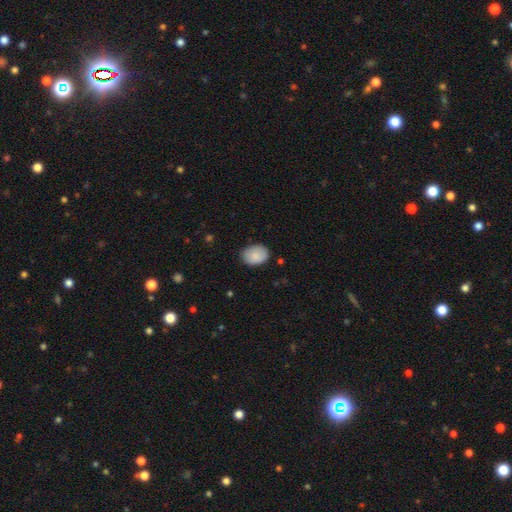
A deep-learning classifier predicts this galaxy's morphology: smooth-or-featured: smooth: 86% | featured or disk: 8% | star or artifact: 7%
  how-rounded: in between: 72% | round: 27% | cigar-shaped: 1%
  merging: none: 79% | minor disturbance: 17% | major disturbance: 3% | merger: 1%